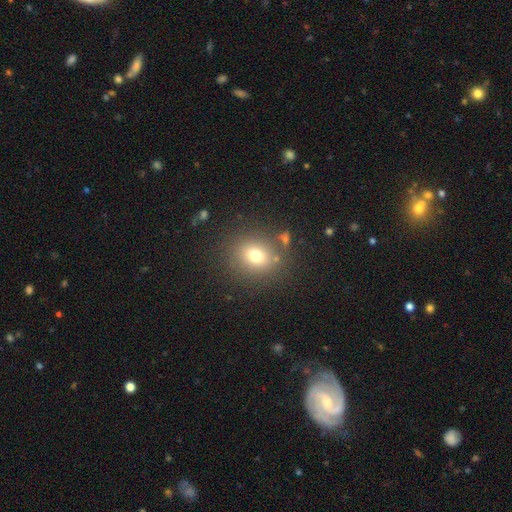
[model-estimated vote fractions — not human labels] This appears to be a smooth galaxy with no disk features (74%) that is round (69%). Merging: none (80%).